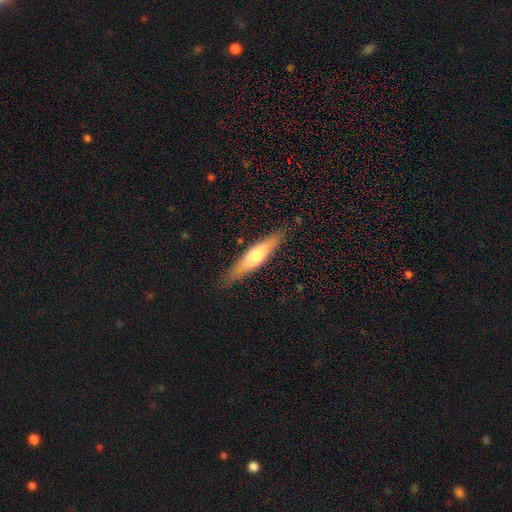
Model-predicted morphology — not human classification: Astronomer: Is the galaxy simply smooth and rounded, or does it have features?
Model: smooth — 53% (runner-up: featured or disk, 41%).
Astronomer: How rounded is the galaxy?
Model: cigar-shaped — 75%.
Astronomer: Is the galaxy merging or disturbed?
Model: none — 83%.